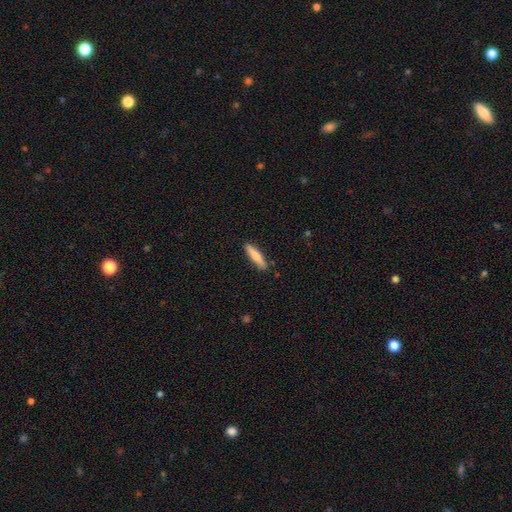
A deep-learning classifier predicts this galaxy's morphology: Q: Smooth or featured?
A: smooth (75%); runner-up: featured or disk (20%)
Q: How rounded?
A: cigar-shaped (84%); runner-up: in between (14%)
Q: Merging?
A: none (87%); runner-up: minor disturbance (9%)